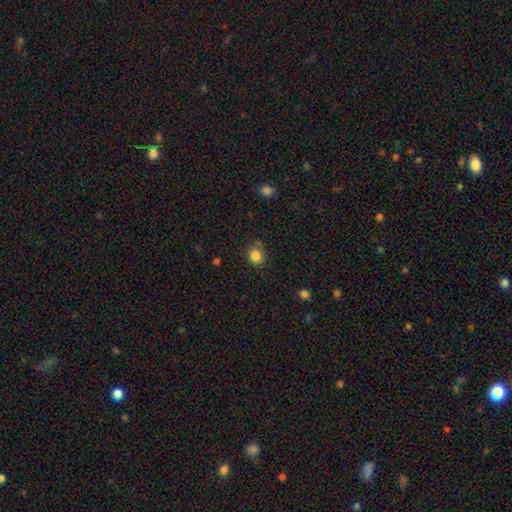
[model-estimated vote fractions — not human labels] The model was most divided on "how rounded": round: 78%, in between: 21%, cigar-shaped: 1%. More confident: smooth or featured — smooth (83%); merging — none (77%).